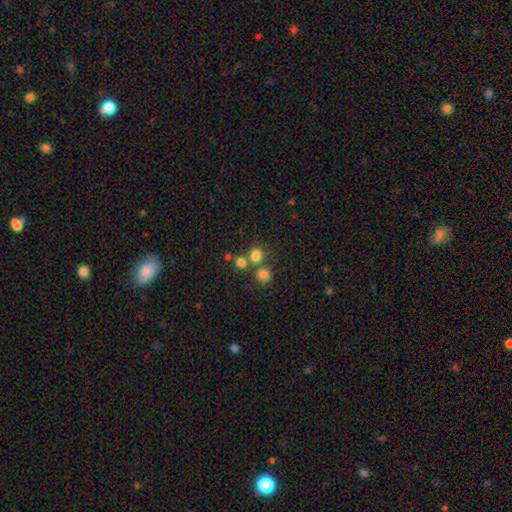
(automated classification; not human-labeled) The model was most divided on "merging": none: 58%, merger: 30%, minor disturbance: 8%, major disturbance: 4%. More confident: how rounded — round (78%); smooth or featured — smooth (77%).